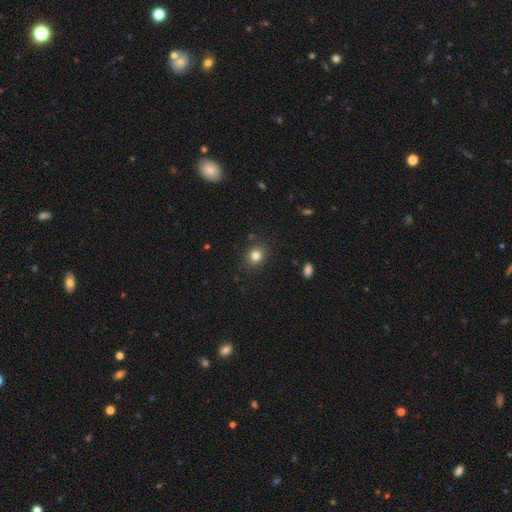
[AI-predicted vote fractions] A smooth galaxy with no disk features (82%) that is round (74%). Merging: none (87%).